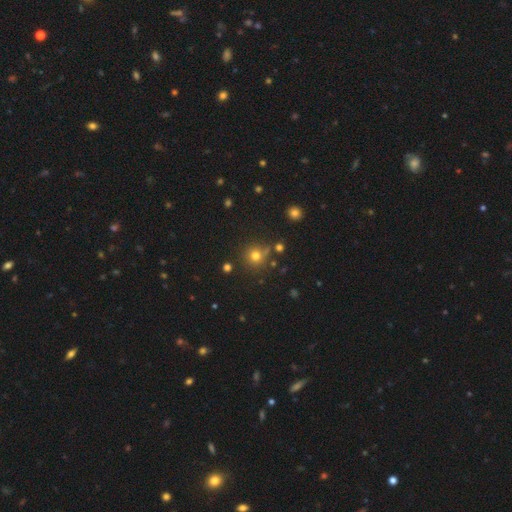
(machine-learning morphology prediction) A smooth galaxy with no disk features (74%) that is round (92%). Merging: none (77%).